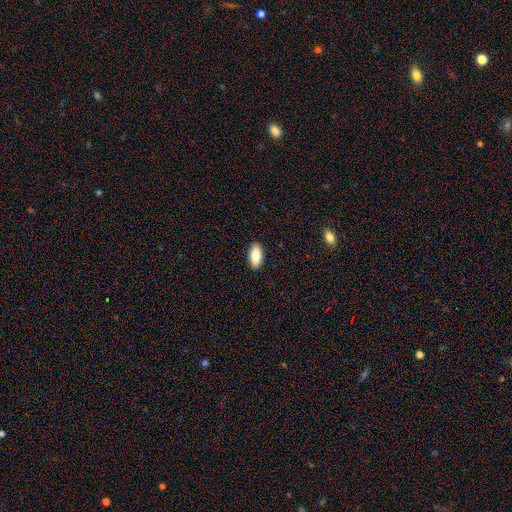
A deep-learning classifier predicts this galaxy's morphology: smooth 81%, featured or disk 12%, star or artifact 6%. Down the decision tree: how rounded — in between (88%); merging — none (90%).